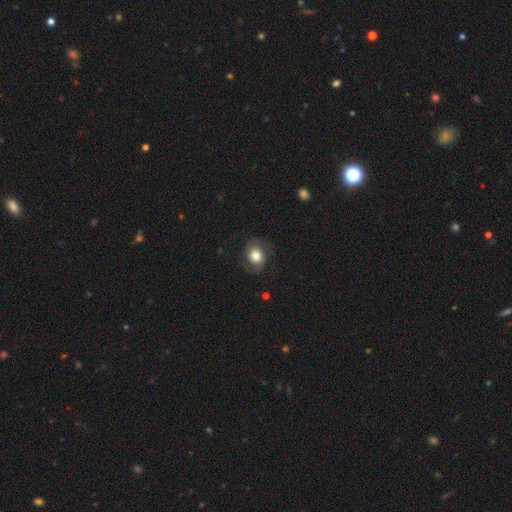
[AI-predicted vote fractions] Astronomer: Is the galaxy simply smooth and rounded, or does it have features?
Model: smooth — 61%.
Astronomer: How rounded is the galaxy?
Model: round — 62% (runner-up: in between, 37%).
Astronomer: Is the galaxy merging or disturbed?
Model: none — 74%.